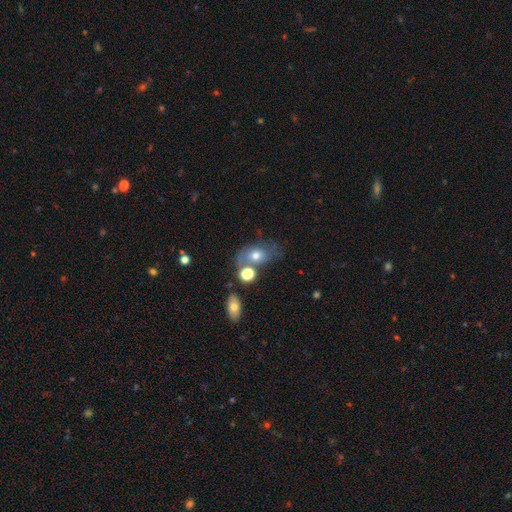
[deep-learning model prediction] Smooth or featured? Predicted: smooth (p=0.64). How rounded? Predicted: in between (p=0.72). Merging? Predicted: none (p=0.43).